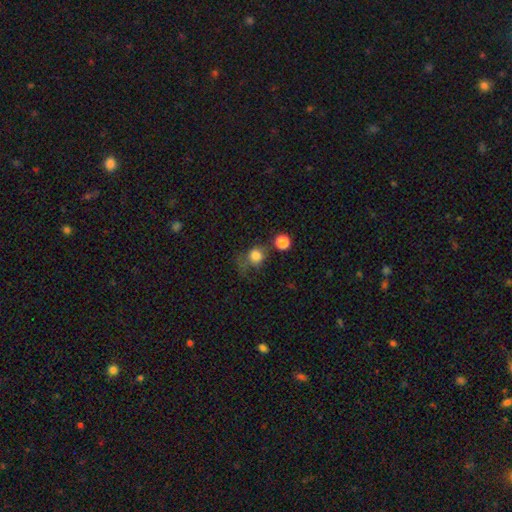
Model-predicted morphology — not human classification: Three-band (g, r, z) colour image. It shows a smooth galaxy with no disk features (78%) that is round (80%). Merging: none (43%).